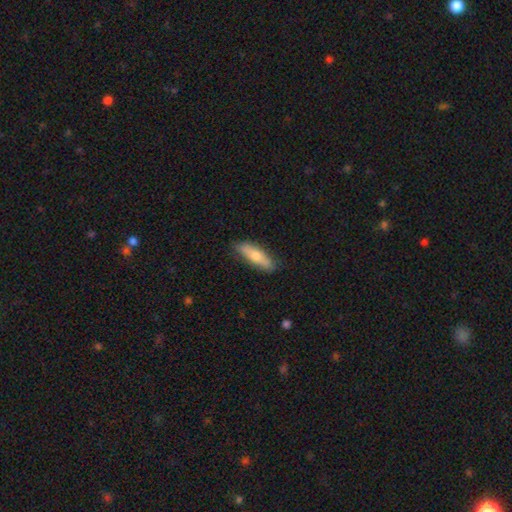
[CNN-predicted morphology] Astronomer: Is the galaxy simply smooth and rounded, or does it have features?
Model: smooth — 66%.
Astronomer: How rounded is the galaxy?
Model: cigar-shaped — 53% (runner-up: in between, 45%).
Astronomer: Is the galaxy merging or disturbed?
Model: none — 82%.